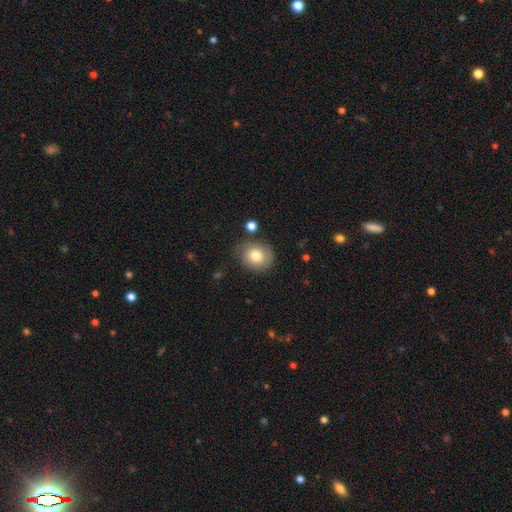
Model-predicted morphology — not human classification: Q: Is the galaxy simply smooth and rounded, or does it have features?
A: smooth — 77%.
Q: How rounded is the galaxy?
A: round — 72%.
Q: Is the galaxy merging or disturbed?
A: none — 71%.